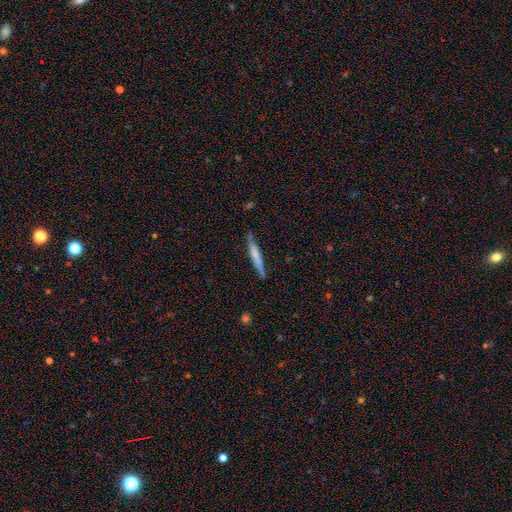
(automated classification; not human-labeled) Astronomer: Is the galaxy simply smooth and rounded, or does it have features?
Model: smooth — 58% (runner-up: featured or disk, 36%).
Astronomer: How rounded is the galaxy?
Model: cigar-shaped — 95%.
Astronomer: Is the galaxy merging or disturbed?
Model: none — 82%.